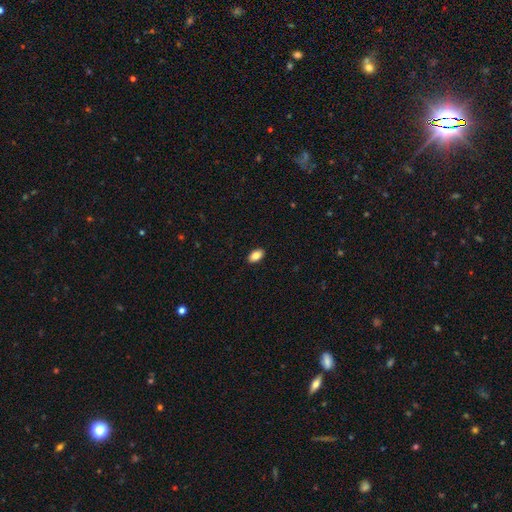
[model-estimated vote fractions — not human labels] smooth 85%, star or artifact 7%, featured or disk 7%. Down the decision tree: how rounded — in between (93%); merging — none (90%).